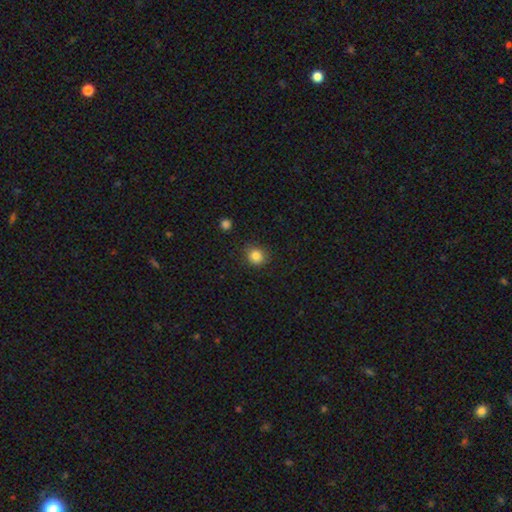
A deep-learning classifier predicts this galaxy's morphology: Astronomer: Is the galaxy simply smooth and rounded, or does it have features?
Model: smooth — 83%.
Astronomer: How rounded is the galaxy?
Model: round — 85%.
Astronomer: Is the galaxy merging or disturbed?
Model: none — 85%.